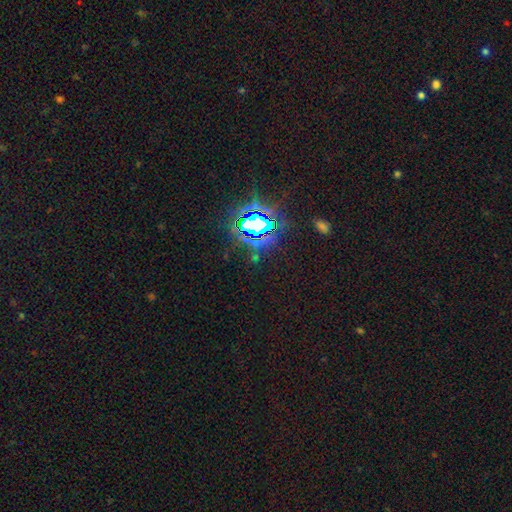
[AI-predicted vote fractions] star or artifact 78%, smooth 12%, featured or disk 10%.